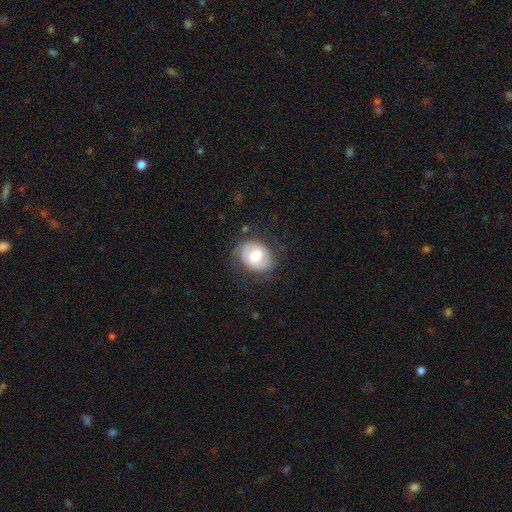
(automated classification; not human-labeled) Smooth or featured?
  - smooth: 54% *
  - featured or disk: 39%
  - star or artifact: 7%
How rounded?
  - in between: 54% *
  - round: 45%
  - cigar-shaped: 1%
Merging?
  - none: 71% *
  - minor disturbance: 18%
  - major disturbance: 9%
  - merger: 1%